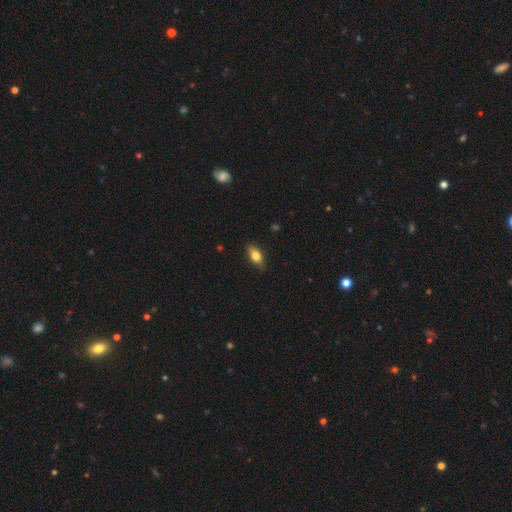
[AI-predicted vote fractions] Smooth or featured?
  - smooth: 81% *
  - featured or disk: 12%
  - star or artifact: 8%
How rounded?
  - in between: 87% *
  - round: 6%
  - cigar-shaped: 6%
Merging?
  - none: 85% *
  - minor disturbance: 12%
  - major disturbance: 2%
  - merger: 1%